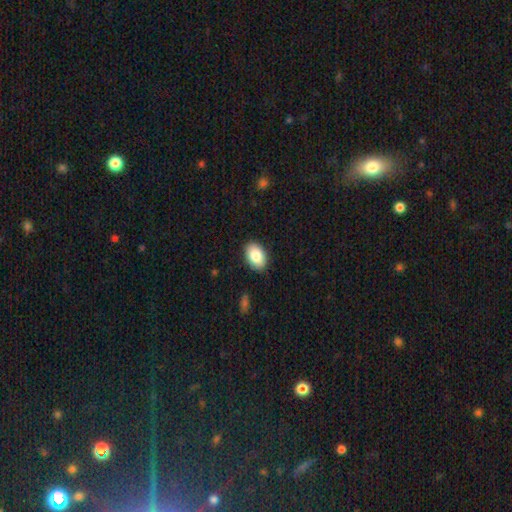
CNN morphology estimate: A smooth galaxy with no disk features (85%) that is in between round and cigar-shaped (86%). Merging: none (89%).